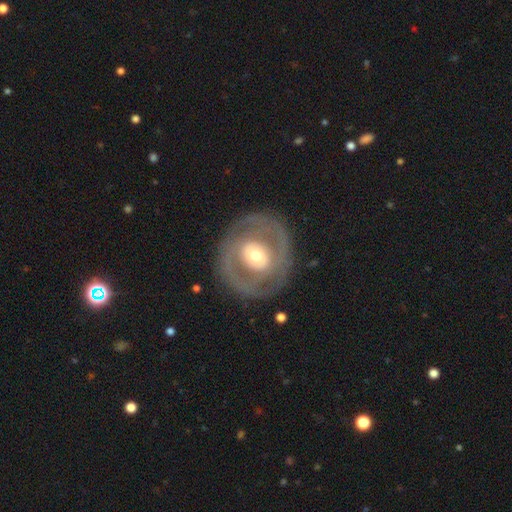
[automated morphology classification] Smooth or featured? featured or disk (66%)
Edge-on disk? no (95%)
Bar? no (58%)
Spiral arms? no (64%)
Bulge size? moderate (63%)
Merging? none (80%)